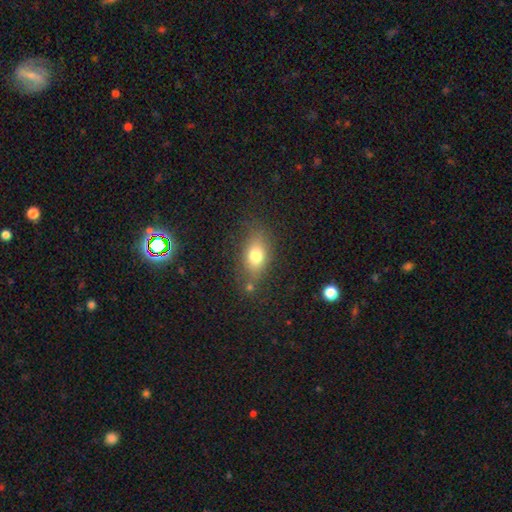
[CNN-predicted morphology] A smooth galaxy with no disk features (74%) that is in between round and cigar-shaped (78%). Merging: none (72%).